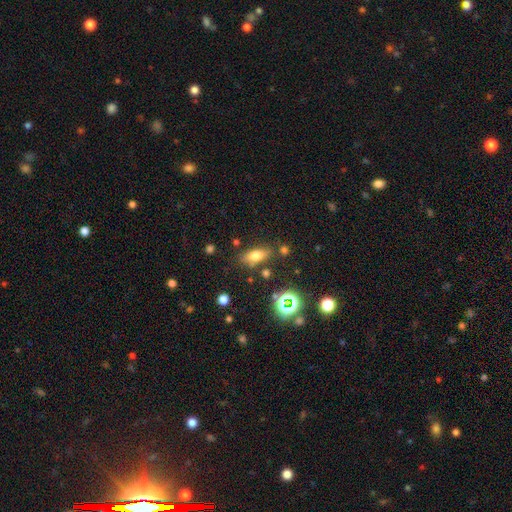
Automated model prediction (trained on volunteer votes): Smooth or featured? Predicted: smooth (p=0.66). How rounded? Predicted: in between (p=0.72). Merging? Predicted: none (p=0.76).